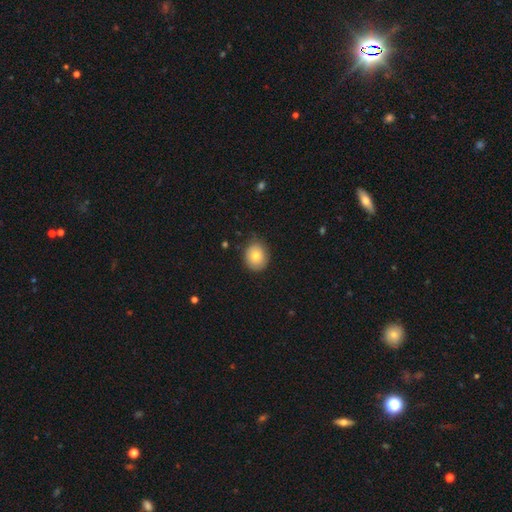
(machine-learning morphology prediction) smooth 77%, featured or disk 15%, star or artifact 8%. Down the decision tree: how rounded — round (67%); merging — none (78%).